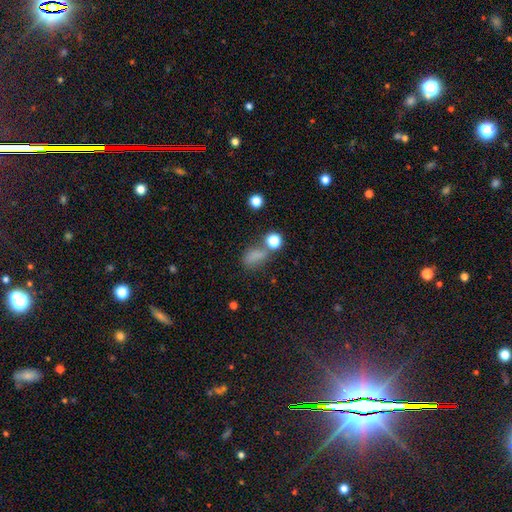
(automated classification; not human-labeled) This appears to be a smooth galaxy with no disk features (69%) that is in between round and cigar-shaped (69%). Merging: none (46%).